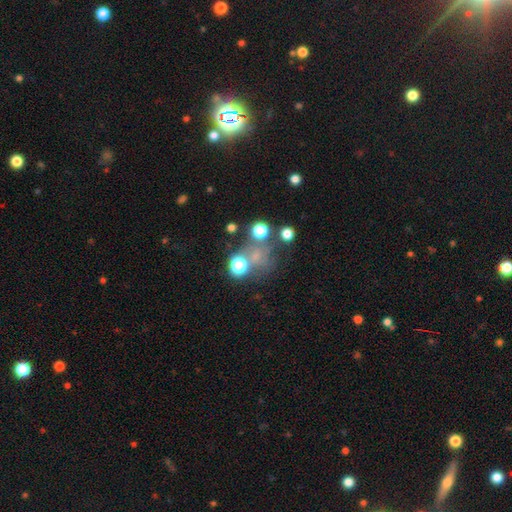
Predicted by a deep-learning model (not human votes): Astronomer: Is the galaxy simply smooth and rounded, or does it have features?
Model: smooth — 44% (runner-up: star or artifact, 37%).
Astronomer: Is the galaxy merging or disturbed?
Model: none — 50%.